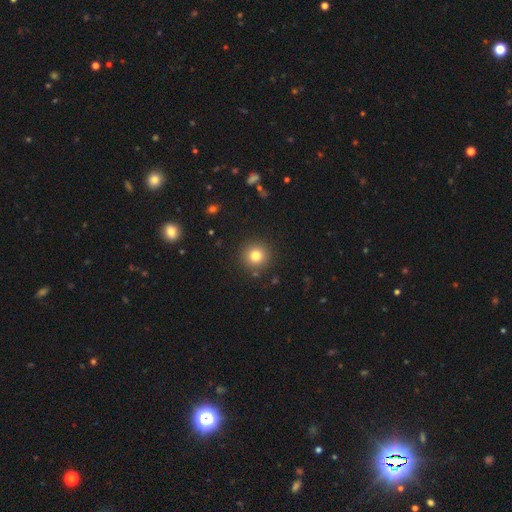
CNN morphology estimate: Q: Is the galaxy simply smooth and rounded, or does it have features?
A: smooth — 80%.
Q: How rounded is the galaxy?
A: round — 95%.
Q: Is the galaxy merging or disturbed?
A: none — 90%.